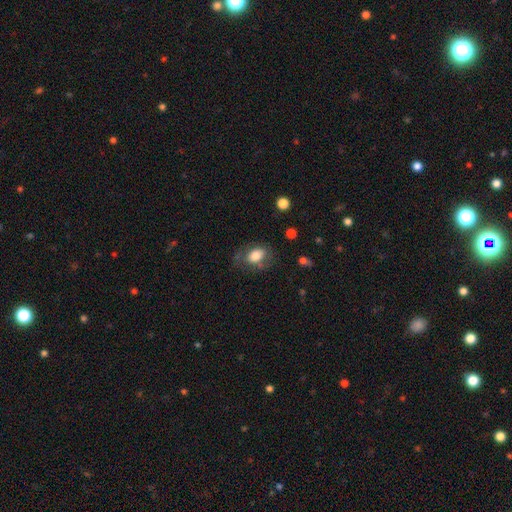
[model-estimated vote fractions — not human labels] Morphology: type=smooth (73%); roundness=in between (80%); merging=none (60%).